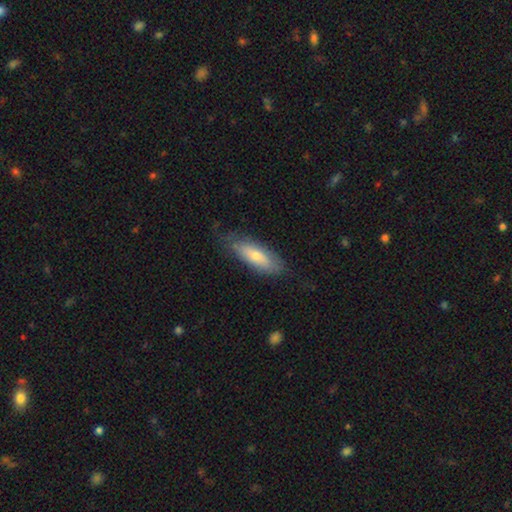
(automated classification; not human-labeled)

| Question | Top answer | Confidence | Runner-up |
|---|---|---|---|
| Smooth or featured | smooth | 66% | featured or disk (28%) |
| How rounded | in between | 62% | cigar-shaped (35%) |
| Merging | none | 69% | minor disturbance (23%) |